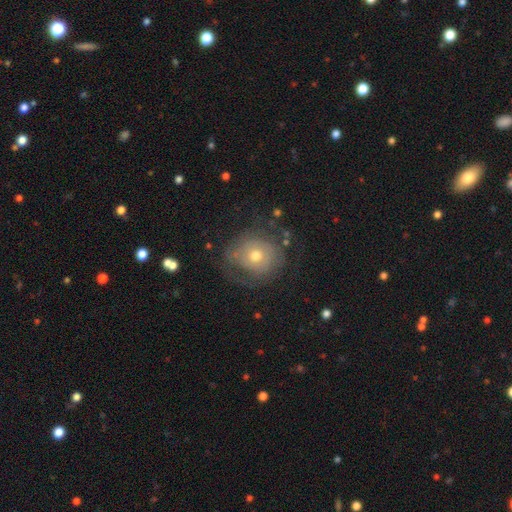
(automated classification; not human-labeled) Morphology: type=featured or disk (45%, tied with smooth); merging=none (59%).